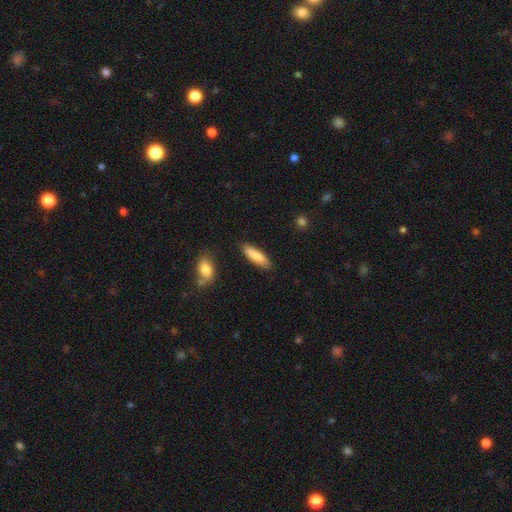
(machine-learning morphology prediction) Q: Smooth or featured?
A: smooth (84%); runner-up: featured or disk (10%)
Q: How rounded?
A: cigar-shaped (60%); runner-up: in between (39%)
Q: Merging?
A: none (84%); runner-up: minor disturbance (11%)